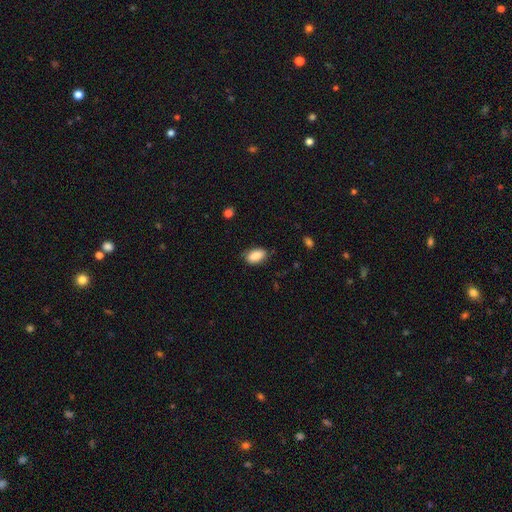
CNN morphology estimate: Q: Smooth or featured?
A: smooth (87%); runner-up: star or artifact (7%)
Q: How rounded?
A: in between (92%); runner-up: round (5%)
Q: Merging?
A: none (79%); runner-up: minor disturbance (17%)